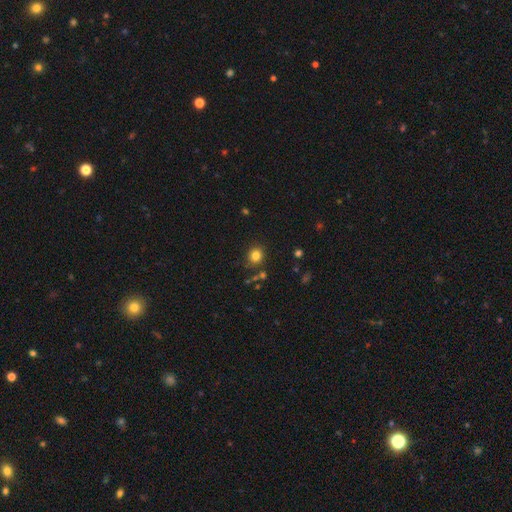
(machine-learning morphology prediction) The model was most divided on "smooth or featured": smooth: 81%, star or artifact: 13%, featured or disk: 6%. More confident: how rounded — round (85%); merging — none (83%).